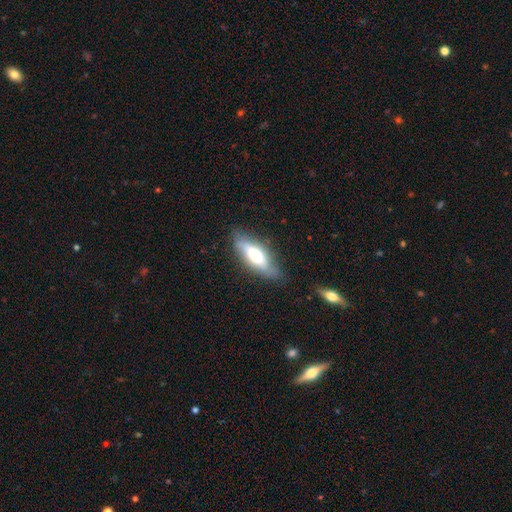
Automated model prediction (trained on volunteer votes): smooth-or-featured: smooth: 52% | featured or disk: 42% | star or artifact: 7%
  how-rounded: in between: 63% | cigar-shaped: 34% | round: 3%
  merging: none: 72% | minor disturbance: 21% | major disturbance: 5% | merger: 2%